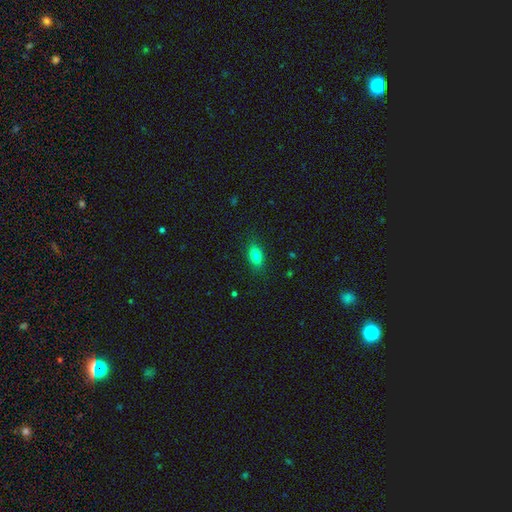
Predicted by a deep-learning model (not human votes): A smooth galaxy with no disk features (82%) that is in between round and cigar-shaped (84%). Merging: none (86%).